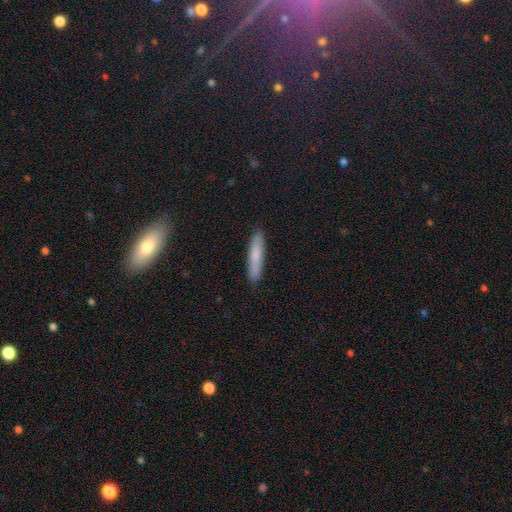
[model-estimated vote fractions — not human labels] Smooth or featured? Predicted: smooth (p=0.77). How rounded? Predicted: cigar-shaped (p=0.89). Merging? Predicted: none (p=0.90).